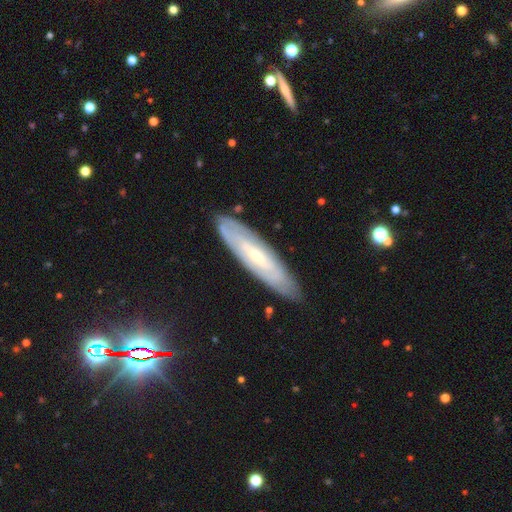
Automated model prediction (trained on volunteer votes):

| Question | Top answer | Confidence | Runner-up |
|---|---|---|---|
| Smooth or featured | featured or disk | 69% | smooth (25%) |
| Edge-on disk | no | 68% | yes (32%) |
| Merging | none | 84% | minor disturbance (12%) |